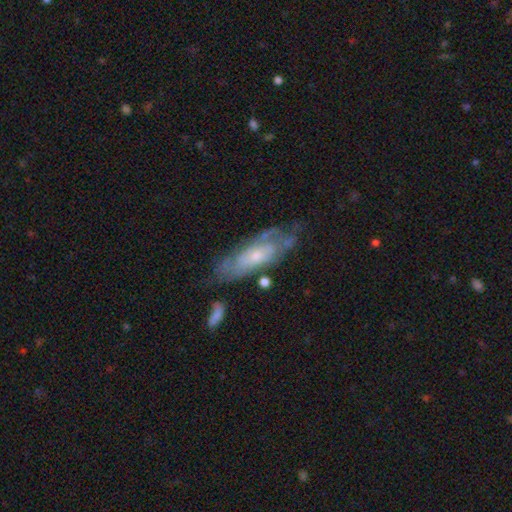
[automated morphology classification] smooth-or-featured: featured or disk: 64% | smooth: 29% | star or artifact: 7%
  disk-edge-on: no: 80% | yes: 20%
    bar: no: 75% | weak: 21% | strong: 4%
    has-spiral-arms: yes: 62% | no: 38%
    bulge-size: small: 53% | moderate: 39% | none: 4% | large: 3% | dominant: 1%
  merging: none: 54% | minor disturbance: 26% | major disturbance: 14% | merger: 6%